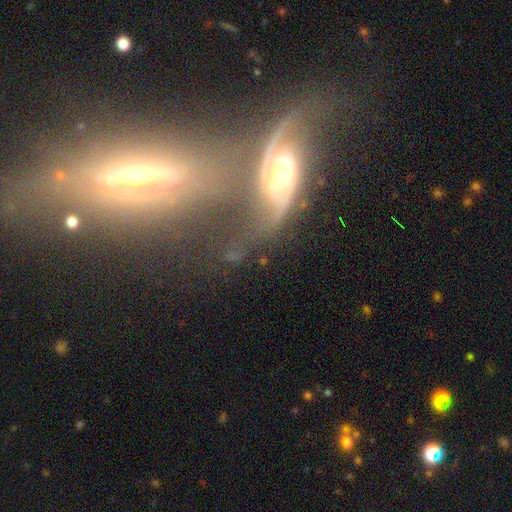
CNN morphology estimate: A featured or disk galaxy (76%) with no bar (48%), 2 (82%) loose (62%) spiral arms (86%) and a moderate central bulge (51%). Merging: merger (61%).